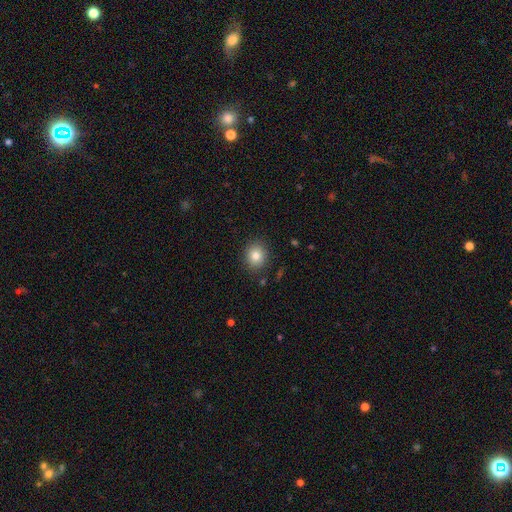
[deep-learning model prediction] Smooth or featured? smooth (83%)
How rounded? round (72%)
Merging? none (88%)